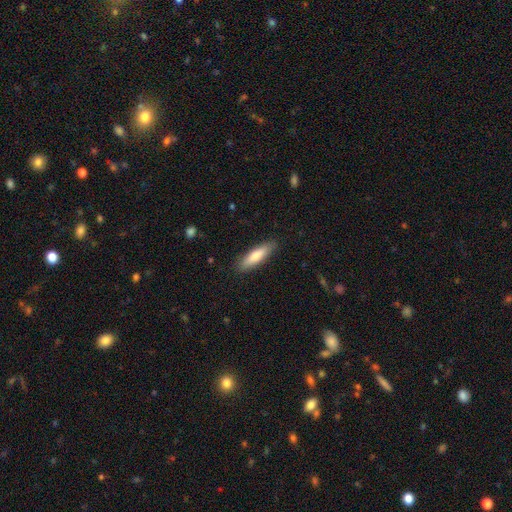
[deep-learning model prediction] Smooth or featured? smooth (72%)
How rounded? cigar-shaped (66%)
Merging? none (88%)